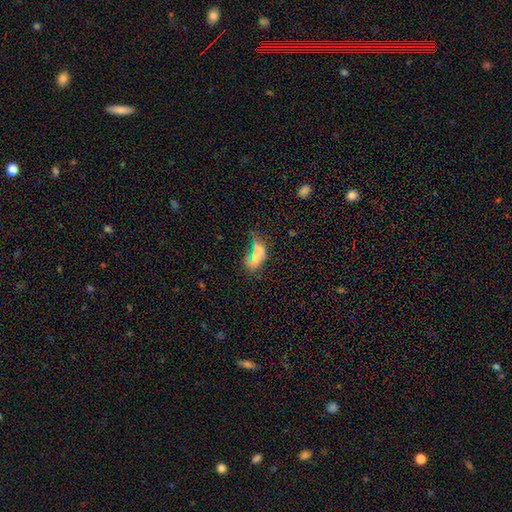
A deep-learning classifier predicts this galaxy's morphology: A smooth galaxy with no disk features (57%) that is in between round and cigar-shaped (83%).

Vote fractions:
- Smooth or featured? smooth: 57% / featured or disk: 22% / star or artifact: 21%
- How rounded? in between: 83% / round: 13% / cigar-shaped: 4%
- Merging? none: 44% / minor disturbance: 23% / major disturbance: 18% / merger: 15%